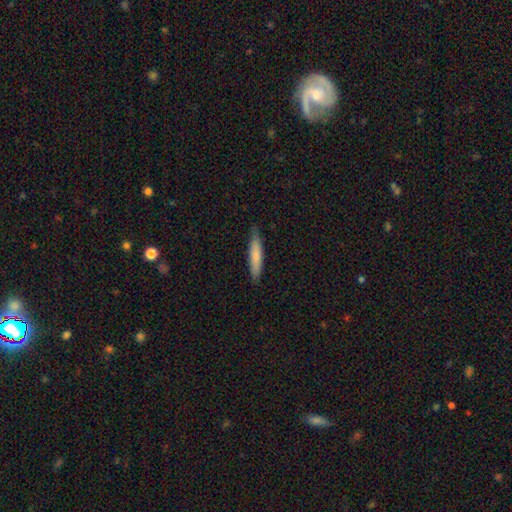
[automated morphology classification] A smooth galaxy with no disk features (76%) that is cigar-shaped (87%).

Vote fractions:
- Smooth or featured? smooth: 76% / featured or disk: 18% / star or artifact: 5%
- How rounded? cigar-shaped: 87% / in between: 11% / round: 1%
- Merging? none: 85% / minor disturbance: 12% / major disturbance: 2% / merger: 1%